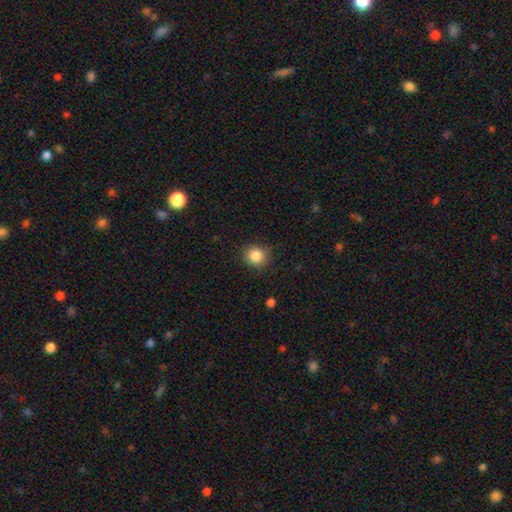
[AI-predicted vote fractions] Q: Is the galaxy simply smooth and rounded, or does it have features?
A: smooth — 86%.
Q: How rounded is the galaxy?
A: round — 89%.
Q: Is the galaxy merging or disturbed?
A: none — 84%.